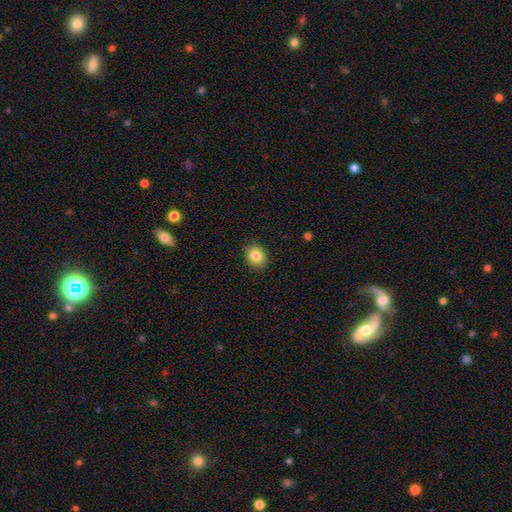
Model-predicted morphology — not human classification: smooth-or-featured: smooth: 85% | star or artifact: 9% | featured or disk: 5%
  how-rounded: round: 58% | in between: 41% | cigar-shaped: 1%
  merging: none: 88% | minor disturbance: 8% | major disturbance: 2% | merger: 1%